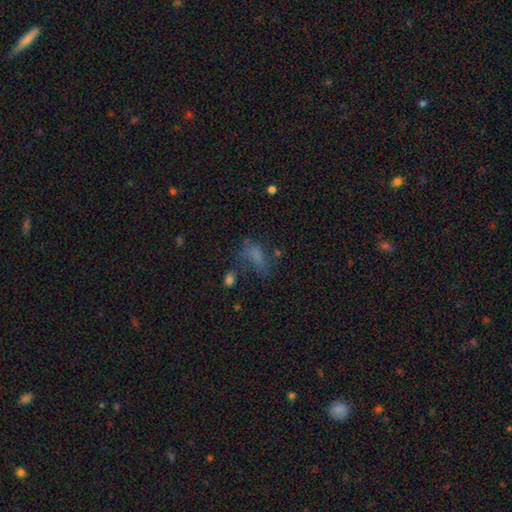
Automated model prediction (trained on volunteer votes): The model was most divided on "merging": none: 39%, major disturbance: 30%, minor disturbance: 23%, merger: 8%. More confident: how rounded — in between (77%); smooth or featured — smooth (62%).